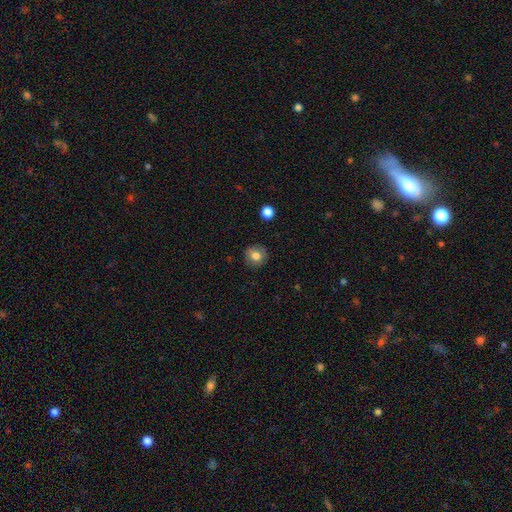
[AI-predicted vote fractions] This is likely a smooth galaxy (77%). How rounded: clearly round (88%). Merging: clearly none (87%).